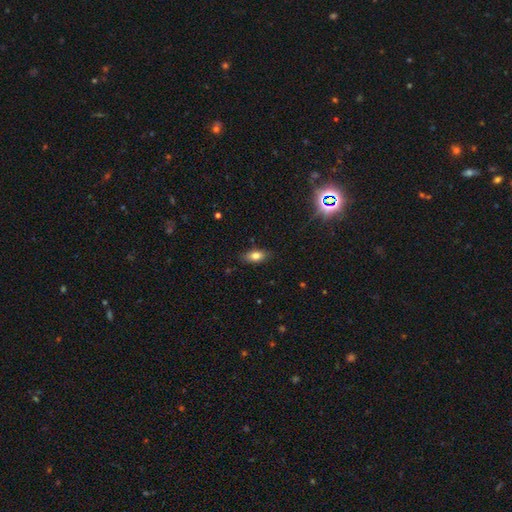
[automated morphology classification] Overall: smooth (80%). How rounded: in between (87%). Merging: none (84%).